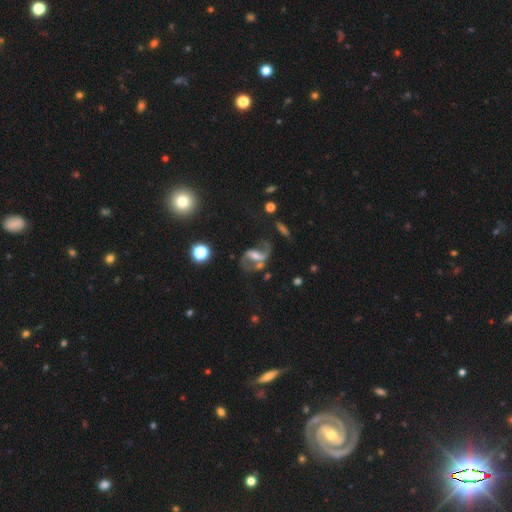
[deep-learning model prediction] featured or disk 80%, smooth 11%, star or artifact 9%. Down the decision tree: edge-on disk — no (95%); bar — strong (46%); spiral arms — yes (90%); spiral arm count — 2 (86%); spiral winding — loose (57%); bulge size — moderate (43%); merging — none (53%).